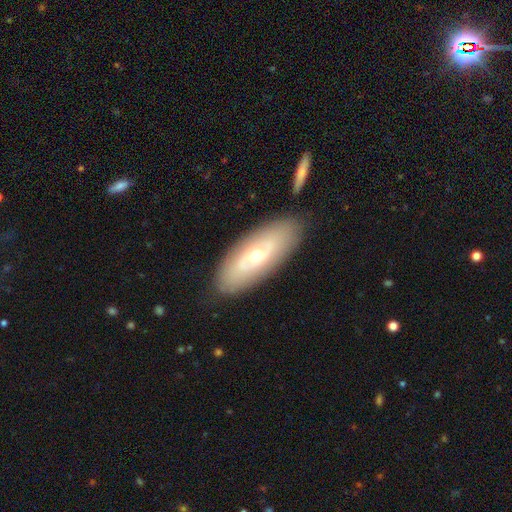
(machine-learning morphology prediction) featured or disk 56%, smooth 37%, star or artifact 7%. Down the decision tree: edge-on disk — no (81%); merging — none (84%).